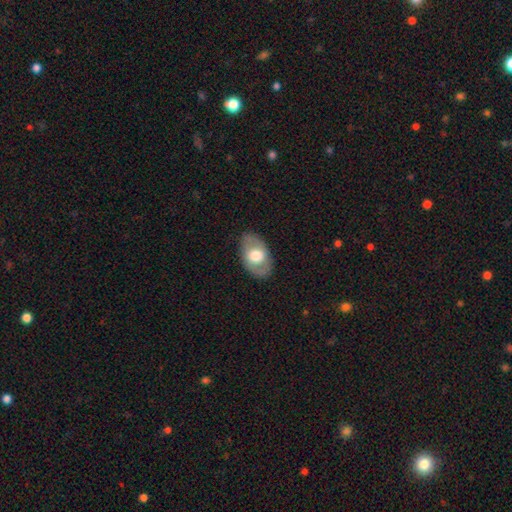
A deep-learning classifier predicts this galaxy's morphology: Smooth or featured?
  - smooth: 55% *
  - featured or disk: 39%
  - star or artifact: 6%
How rounded?
  - in between: 87% *
  - round: 11%
  - cigar-shaped: 1%
Merging?
  - none: 83% *
  - minor disturbance: 13%
  - major disturbance: 4%
  - merger: 1%